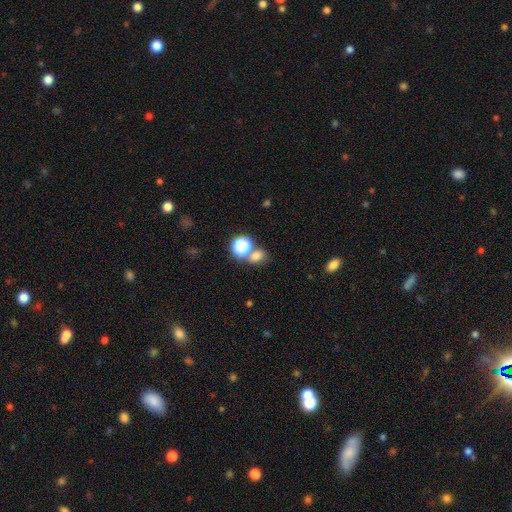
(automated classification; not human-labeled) A smooth galaxy with no disk features (71%) that is in between round and cigar-shaped (51%). Merging: none (56%).